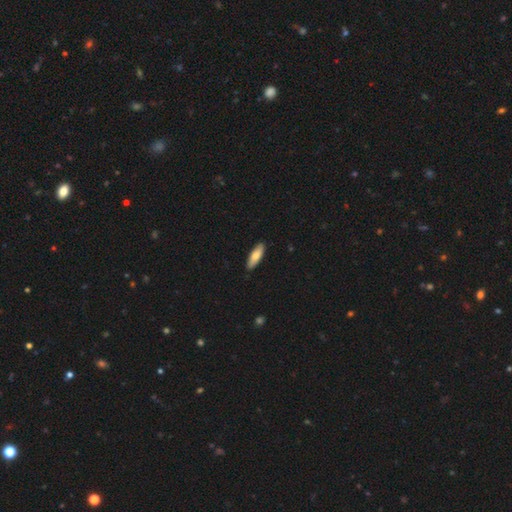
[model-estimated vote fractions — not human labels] A smooth galaxy with no disk features (75%) that is in between round and cigar-shaped (51%).

Vote fractions:
- Smooth or featured? smooth: 75% / featured or disk: 20% / star or artifact: 5%
- How rounded? in between: 51% / cigar-shaped: 47% / round: 2%
- Merging? none: 90% / minor disturbance: 8% / major disturbance: 1% / merger: 1%